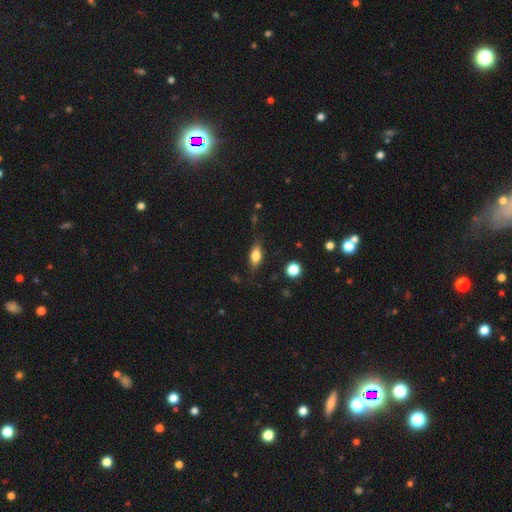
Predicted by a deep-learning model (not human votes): Smooth or featured?
  - smooth: 64% *
  - featured or disk: 28%
  - star or artifact: 8%
How rounded?
  - in between: 74% *
  - cigar-shaped: 20%
  - round: 7%
Merging?
  - none: 76% *
  - minor disturbance: 18%
  - major disturbance: 5%
  - merger: 2%